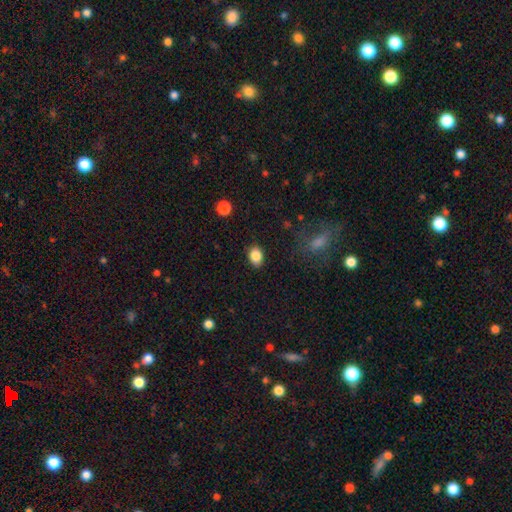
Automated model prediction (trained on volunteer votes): This is clearly a smooth galaxy (87%). How rounded: likely in between (69%). Merging: clearly none (85%).